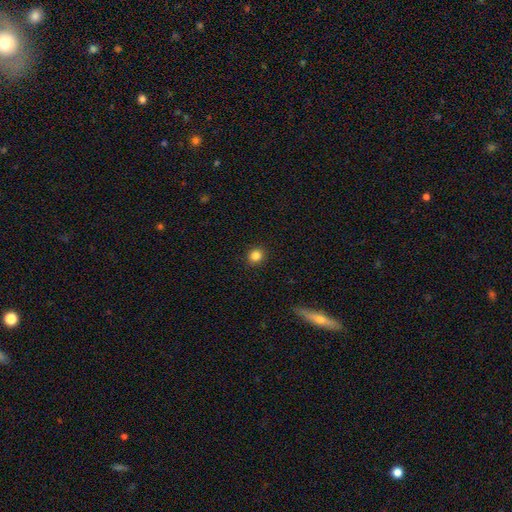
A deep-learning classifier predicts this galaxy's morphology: Smooth or featured: smooth — 84% (star or artifact — 11%)
How rounded: round — 86% (in between — 13%)
Merging: none — 92% (minor disturbance — 5%)